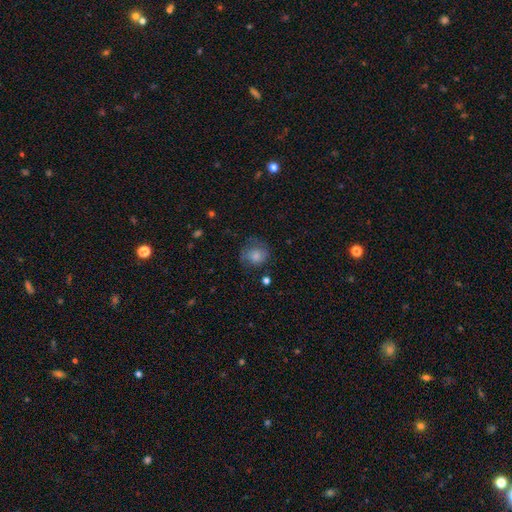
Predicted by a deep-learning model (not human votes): A smooth galaxy with no disk features (72%) that is round (77%).

Vote fractions:
- Smooth or featured? smooth: 72% / featured or disk: 18% / star or artifact: 9%
- How rounded? round: 77% / in between: 22% / cigar-shaped: 1%
- Merging? none: 56% / minor disturbance: 26% / major disturbance: 16% / merger: 2%